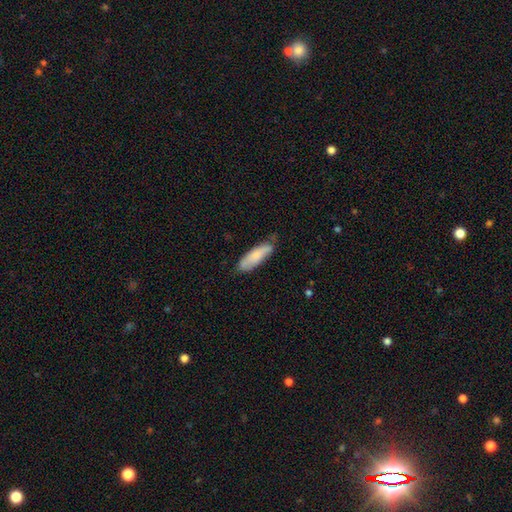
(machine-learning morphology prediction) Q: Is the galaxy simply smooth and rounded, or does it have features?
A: smooth — 76%.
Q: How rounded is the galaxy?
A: cigar-shaped — 51%.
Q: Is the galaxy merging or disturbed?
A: none — 70%.